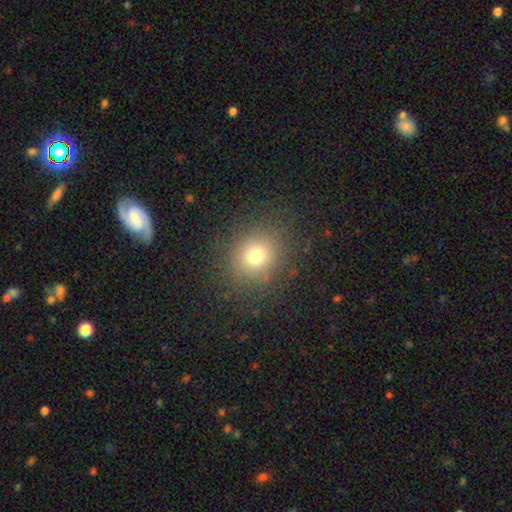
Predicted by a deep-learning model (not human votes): Smooth or featured?
  - smooth: 73% *
  - star or artifact: 17%
  - featured or disk: 11%
How rounded?
  - round: 79% *
  - in between: 20%
  - cigar-shaped: 1%
Merging?
  - none: 84% *
  - minor disturbance: 9%
  - major disturbance: 5%
  - merger: 1%